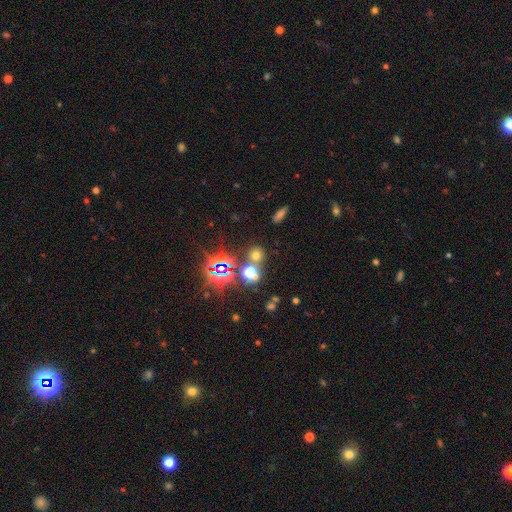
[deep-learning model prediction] Morphology: type=smooth (52%); roundness=round (85%); merging=none (74%).